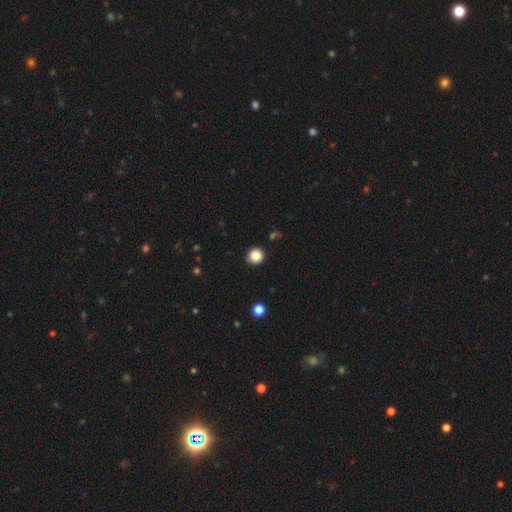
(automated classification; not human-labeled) smooth_or_featured: smooth (p=0.84) [alt: star or artifact p=0.11]
how_rounded: round (p=0.90) [alt: in between p=0.09]
merging: none (p=0.88) [alt: minor disturbance p=0.08]